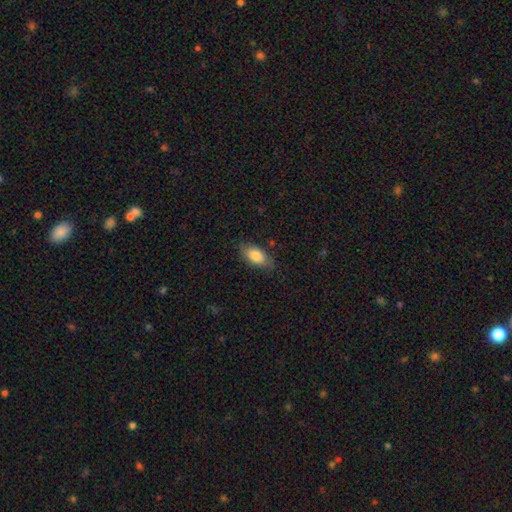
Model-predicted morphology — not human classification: Q: Smooth or featured?
A: smooth (81%); runner-up: featured or disk (12%)
Q: How rounded?
A: in between (89%); runner-up: cigar-shaped (6%)
Q: Merging?
A: none (75%); runner-up: minor disturbance (19%)